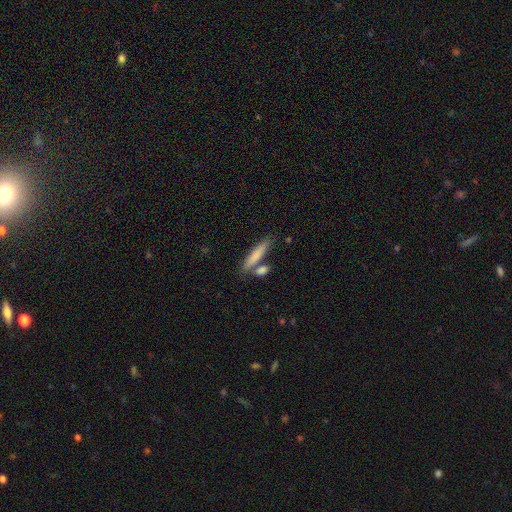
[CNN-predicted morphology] A smooth galaxy with no disk features (80%) that is cigar-shaped (81%). Merging: none (68%).